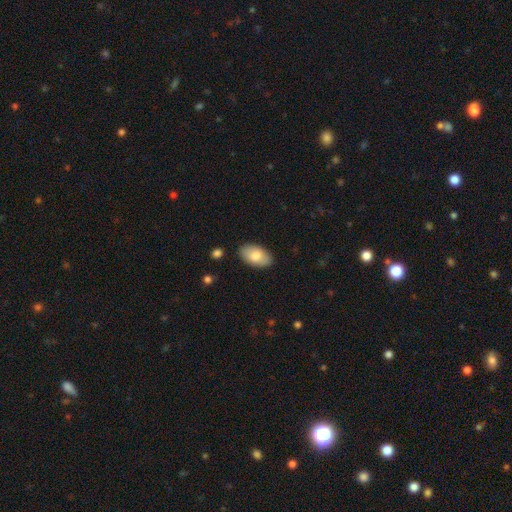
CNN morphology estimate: smooth-or-featured: smooth: 80% | featured or disk: 14% | star or artifact: 6%
  how-rounded: in between: 95% | round: 4% | cigar-shaped: 2%
  merging: none: 87% | minor disturbance: 10% | major disturbance: 2% | merger: 1%